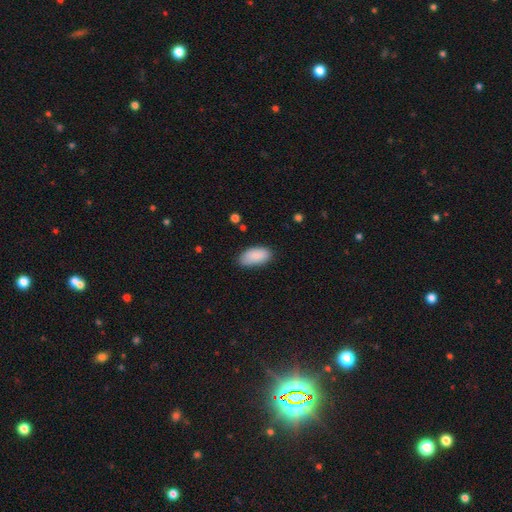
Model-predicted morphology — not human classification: Smooth or featured?
  - smooth: 89% *
  - star or artifact: 6%
  - featured or disk: 5%
How rounded?
  - in between: 94% *
  - cigar-shaped: 3%
  - round: 3%
Merging?
  - none: 81% *
  - minor disturbance: 15%
  - major disturbance: 3%
  - merger: 1%